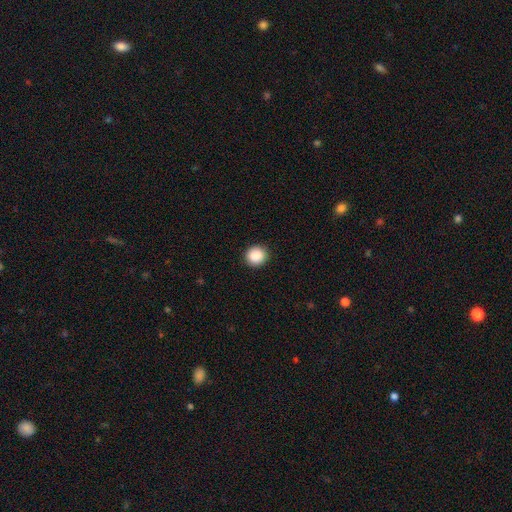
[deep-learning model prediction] Overall: smooth (89%). How rounded: round (90%). Merging: none (92%).